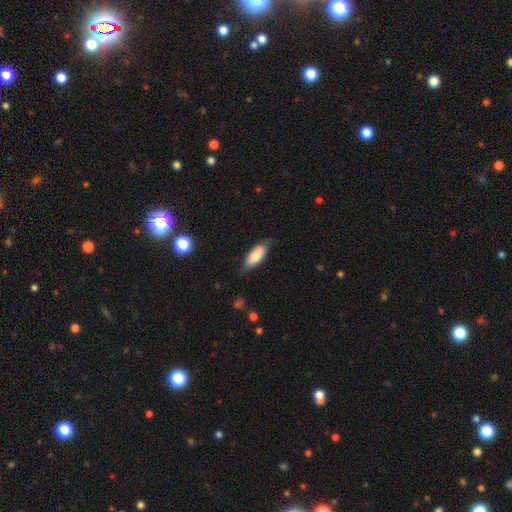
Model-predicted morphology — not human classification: A smooth galaxy with no disk features (80%) that is in between round and cigar-shaped (78%). Merging: none (68%).